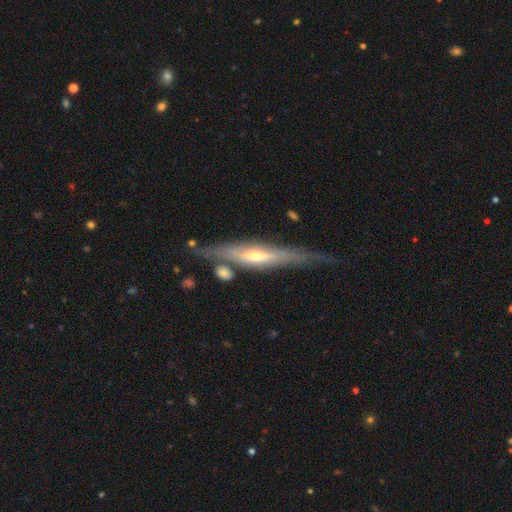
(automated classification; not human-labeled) Smooth or featured: featured or disk — 74% (smooth — 21%)
Edge-on disk: yes — 90% (no — 10%)
Edge-on bulge: rounded — 64% (boxy — 19%)
Merging: none — 67% (minor disturbance — 19%)